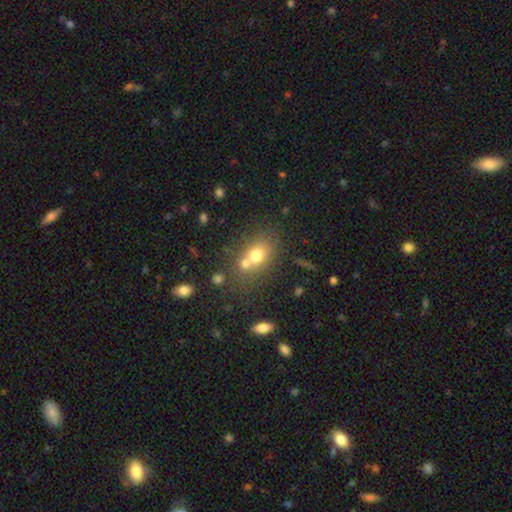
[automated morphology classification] A smooth galaxy with no disk features (68%) that is in between round and cigar-shaped (59%).

Vote fractions:
- Smooth or featured? smooth: 68% / featured or disk: 18% / star or artifact: 14%
- How rounded? in between: 59% / round: 39% / cigar-shaped: 2%
- Merging? none: 44% / merger: 41% / minor disturbance: 11% / major disturbance: 5%